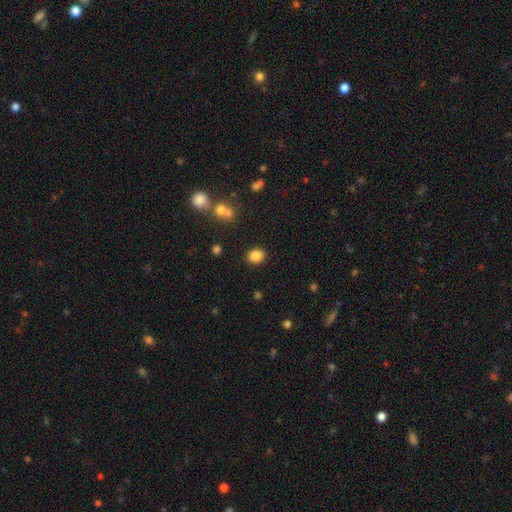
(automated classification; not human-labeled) Overall: smooth (86%). How rounded: in between (57%; round 42%). Merging: none (86%).